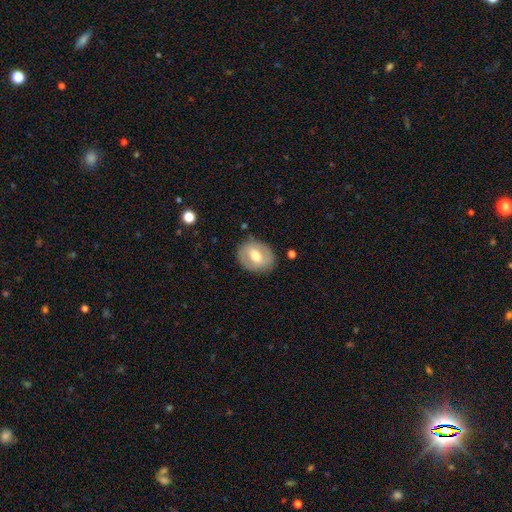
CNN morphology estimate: Smooth or featured? Predicted: smooth (p=0.47, tied with featured or disk). Merging? Predicted: none (p=0.82).